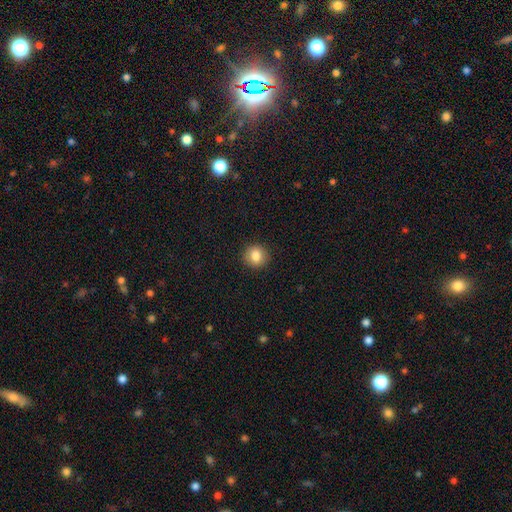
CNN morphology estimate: type=smooth (84%); roundness=round (90%); merging=none (91%).